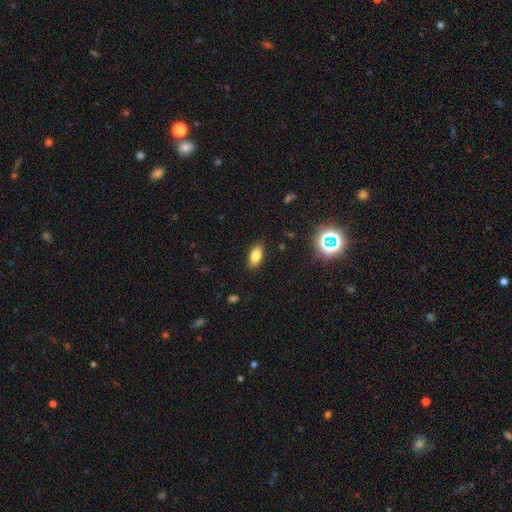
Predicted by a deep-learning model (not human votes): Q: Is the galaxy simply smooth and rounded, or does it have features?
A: smooth — 79%.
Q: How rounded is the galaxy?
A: in between — 85%.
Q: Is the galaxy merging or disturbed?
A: none — 87%.